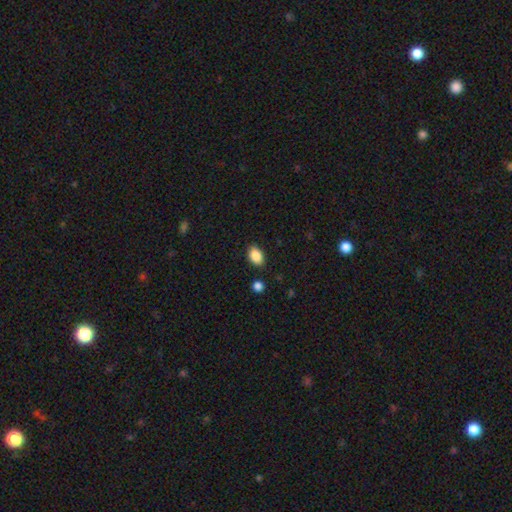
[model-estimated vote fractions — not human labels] A smooth galaxy with no disk features (88%) that is in between round and cigar-shaped (85%).

Vote fractions:
- Smooth or featured? smooth: 88% / star or artifact: 8% / featured or disk: 4%
- How rounded? in between: 85% / round: 14% / cigar-shaped: 1%
- Merging? none: 86% / minor disturbance: 9% / major disturbance: 2% / merger: 2%